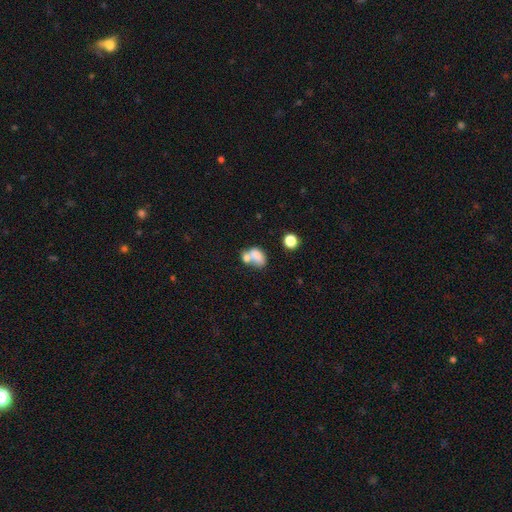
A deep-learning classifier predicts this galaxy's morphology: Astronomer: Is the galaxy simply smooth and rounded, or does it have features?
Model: smooth — 74%.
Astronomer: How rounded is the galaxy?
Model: in between — 80%.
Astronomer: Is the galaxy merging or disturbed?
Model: merger — 58%.